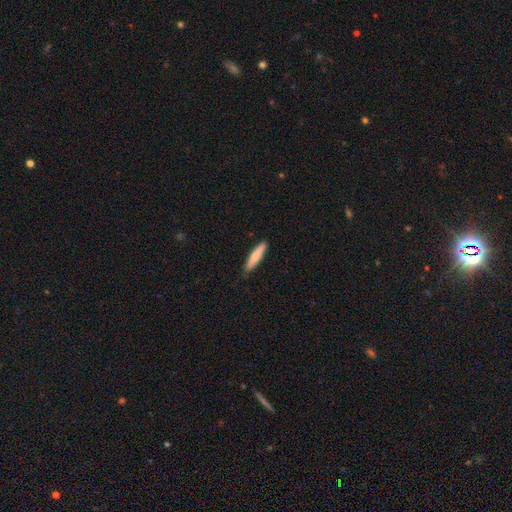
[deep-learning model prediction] Overall: smooth (76%). How rounded: cigar-shaped (86%). Merging: none (86%).